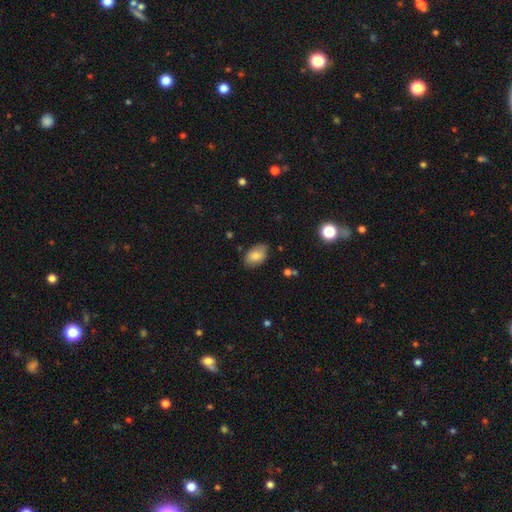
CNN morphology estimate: Smooth or featured? smooth (81%)
How rounded? in between (90%)
Merging? none (80%)